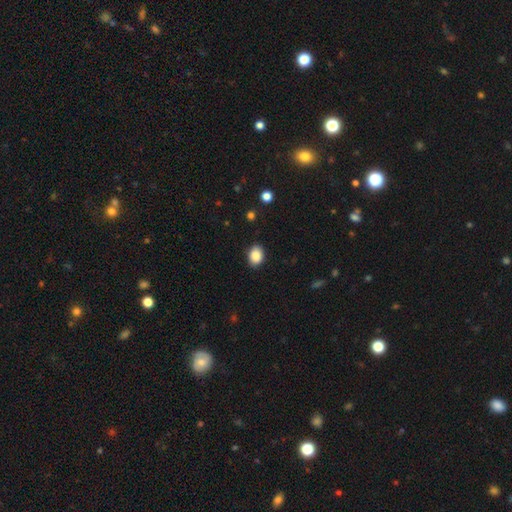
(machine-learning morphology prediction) The model was most divided on "how rounded": in between: 66%, round: 33%, cigar-shaped: 1%. More confident: merging — none (88%); smooth or featured — smooth (88%).